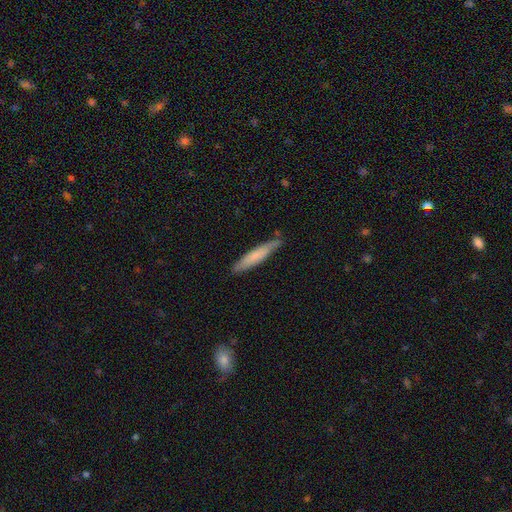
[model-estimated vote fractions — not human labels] This is likely a smooth galaxy (69%). How rounded: clearly cigar-shaped (90%). Merging: clearly none (80%).